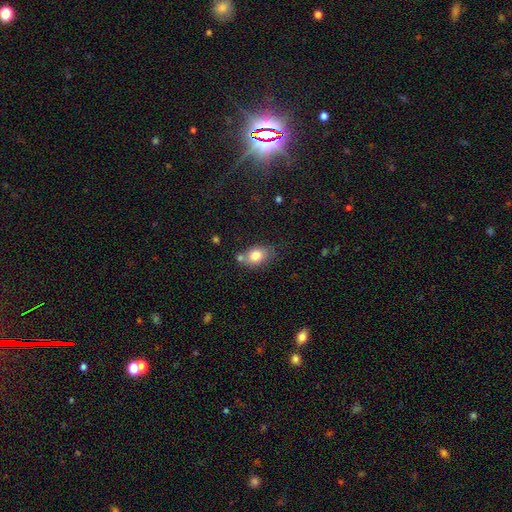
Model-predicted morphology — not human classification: Smooth or featured?
  - smooth: 79% *
  - featured or disk: 13%
  - star or artifact: 8%
How rounded?
  - in between: 76% *
  - round: 23%
  - cigar-shaped: 1%
Merging?
  - none: 58% *
  - minor disturbance: 19%
  - merger: 18%
  - major disturbance: 5%